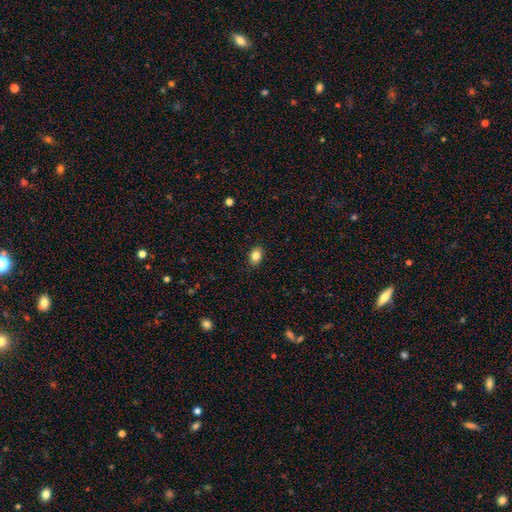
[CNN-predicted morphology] This appears to be a smooth galaxy with no disk features (84%) that is in between round and cigar-shaped (75%). Merging: none (88%).